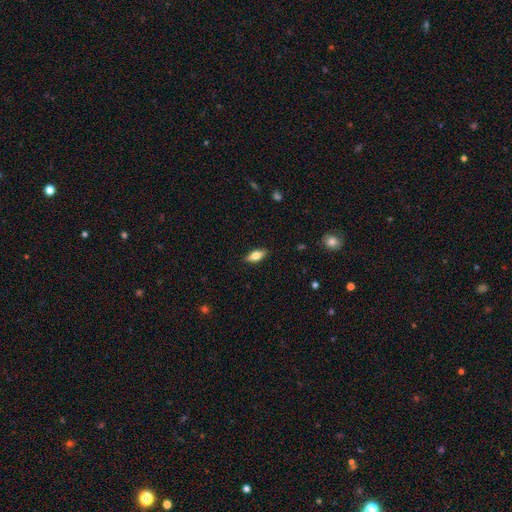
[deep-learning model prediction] Smooth or featured? smooth (69%)
How rounded? in between (79%)
Merging? none (88%)